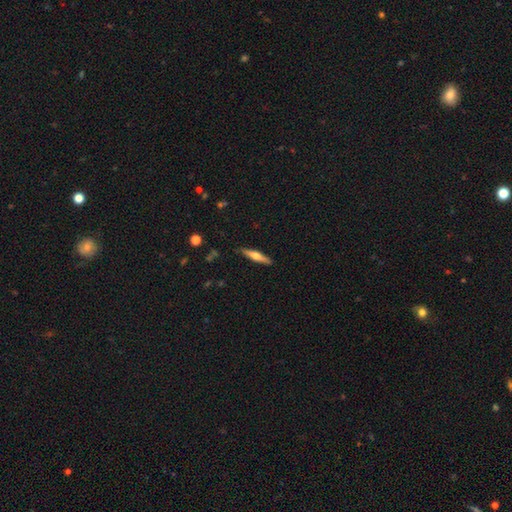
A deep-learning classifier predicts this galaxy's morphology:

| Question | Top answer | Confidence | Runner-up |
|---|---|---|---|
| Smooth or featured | featured or disk | 51% | smooth (43%) |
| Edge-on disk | yes | 95% | no (5%) |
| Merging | none | 89% | minor disturbance (8%) |